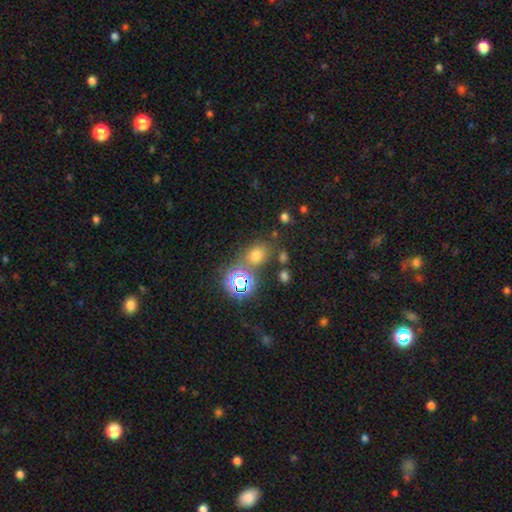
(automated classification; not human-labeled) Morphology: type=smooth (62%); roundness=round (60%); merging=none (71%).